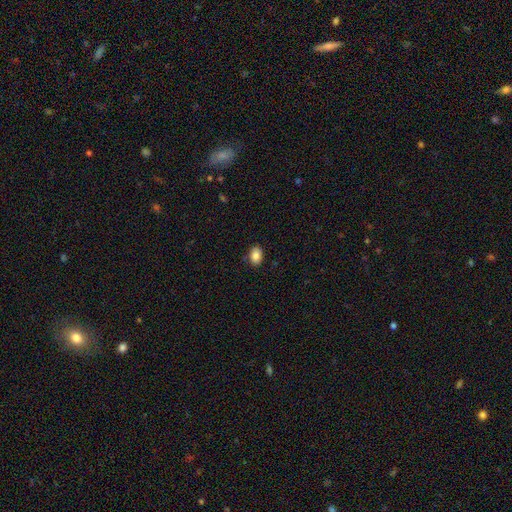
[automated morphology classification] Q: Smooth or featured?
A: smooth (86%); runner-up: star or artifact (8%)
Q: How rounded?
A: in between (79%); runner-up: round (20%)
Q: Merging?
A: none (86%); runner-up: minor disturbance (10%)